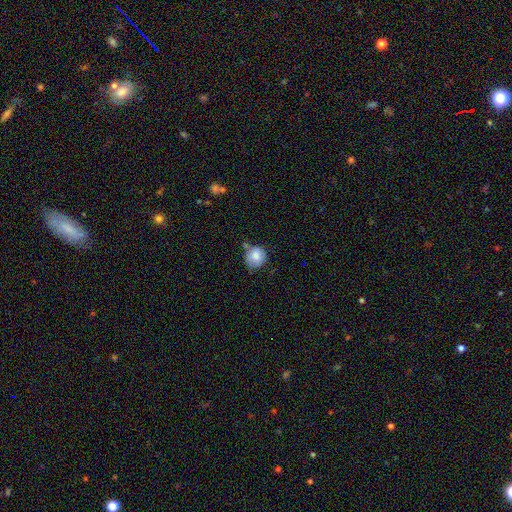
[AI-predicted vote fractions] Morphology: type=smooth (80%); roundness=round (86%); merging=none (55%).